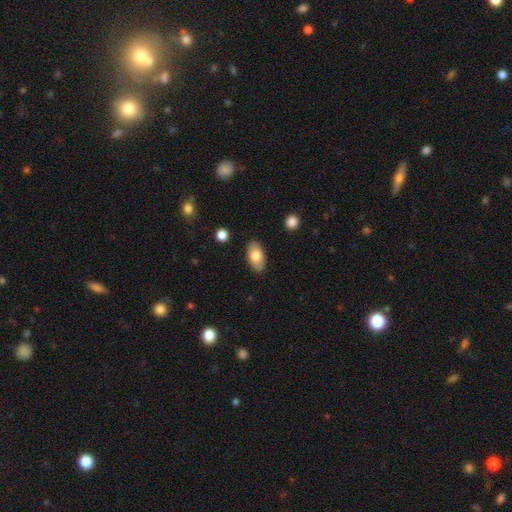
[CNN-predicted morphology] Smooth or featured: smooth — 75% (featured or disk — 19%)
How rounded: in between — 93% (round — 4%)
Merging: none — 86% (minor disturbance — 11%)